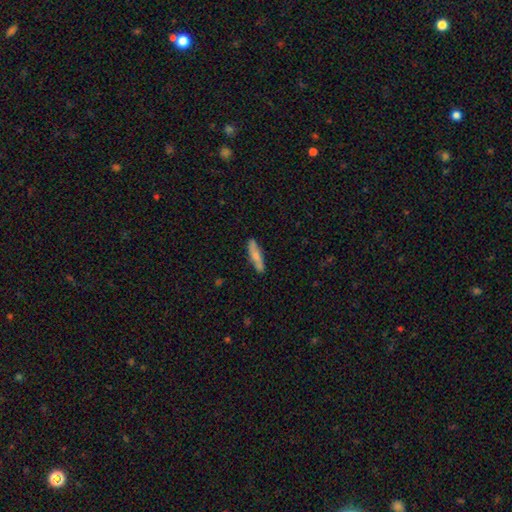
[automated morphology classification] A smooth galaxy with no disk features (68%) that is cigar-shaped (74%).

Vote fractions:
- Smooth or featured? smooth: 68% / featured or disk: 26% / star or artifact: 6%
- How rounded? cigar-shaped: 74% / in between: 24% / round: 2%
- Merging? none: 73% / minor disturbance: 18% / merger: 5% / major disturbance: 4%